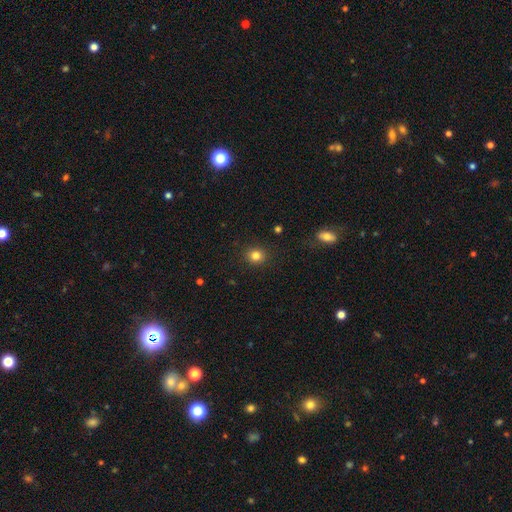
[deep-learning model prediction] Smooth or featured? Predicted: smooth (p=0.83). How rounded? Predicted: round (p=0.81). Merging? Predicted: none (p=0.90).